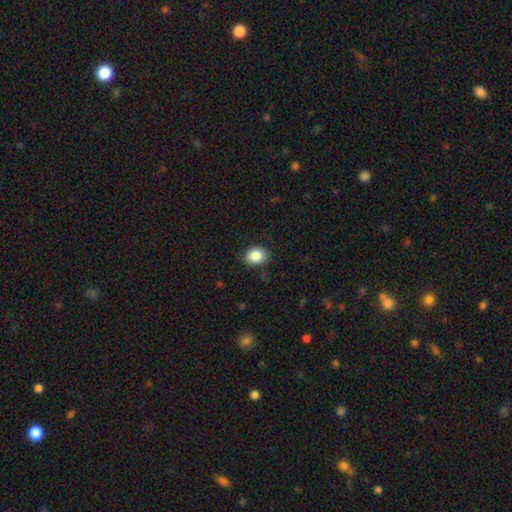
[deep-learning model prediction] This is clearly a smooth galaxy (87%). How rounded: possibly in between (52%). Merging: clearly none (84%).